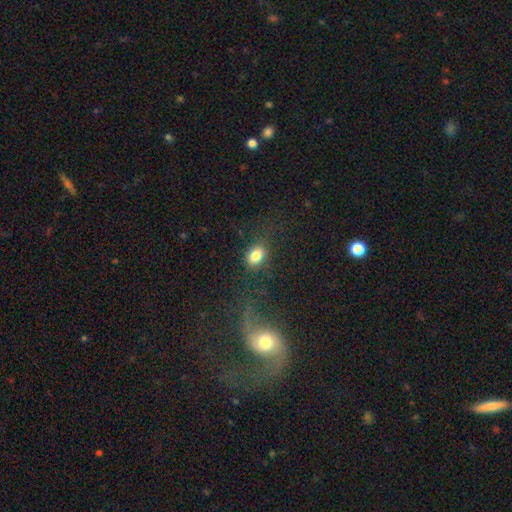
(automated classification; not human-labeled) A smooth galaxy with no disk features (82%) that is in between round and cigar-shaped (72%). Merging: none (78%).